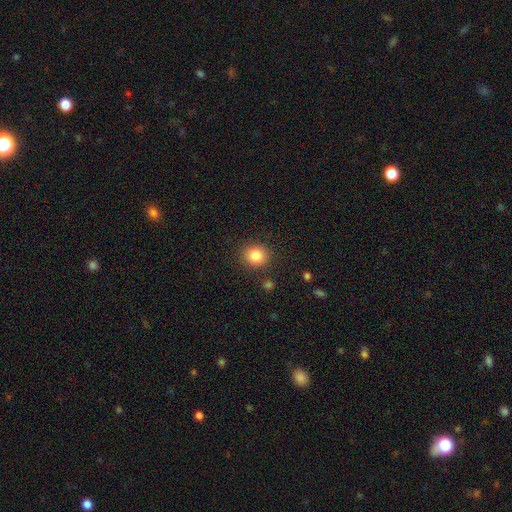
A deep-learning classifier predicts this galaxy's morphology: Smooth or featured?
  - smooth: 85% *
  - star or artifact: 10%
  - featured or disk: 5%
How rounded?
  - round: 82% *
  - in between: 17%
  - cigar-shaped: 1%
Merging?
  - none: 87% *
  - minor disturbance: 8%
  - major disturbance: 3%
  - merger: 2%